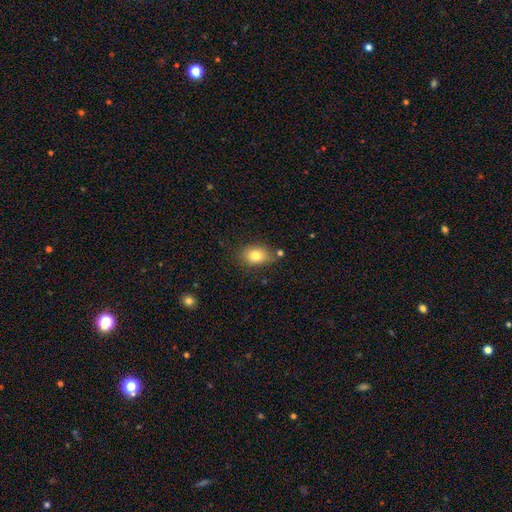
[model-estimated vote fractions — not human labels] A smooth galaxy with no disk features (80%) that is in between round and cigar-shaped (73%).

Vote fractions:
- Smooth or featured? smooth: 80% / featured or disk: 10% / star or artifact: 9%
- How rounded? in between: 73% / round: 25% / cigar-shaped: 1%
- Merging? none: 72% / minor disturbance: 18% / merger: 6% / major disturbance: 4%